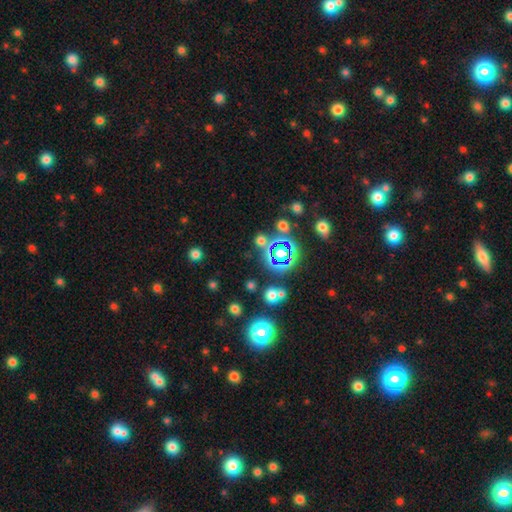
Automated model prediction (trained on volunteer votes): Smooth or featured? Predicted: star or artifact (p=0.73).